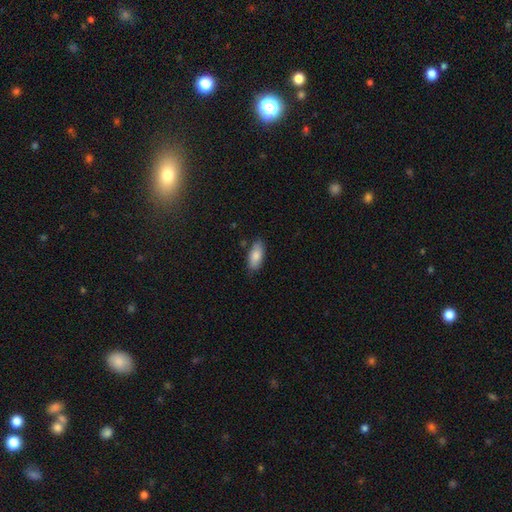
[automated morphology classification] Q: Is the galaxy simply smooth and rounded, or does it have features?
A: smooth — 84%.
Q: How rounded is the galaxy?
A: in between — 88%.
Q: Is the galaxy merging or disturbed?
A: none — 81%.